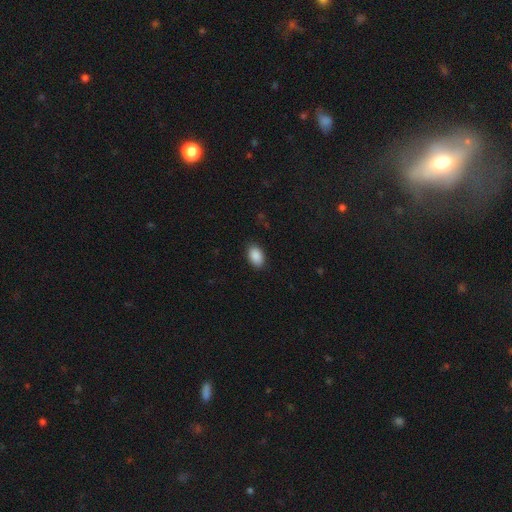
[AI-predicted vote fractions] Overall: smooth (90%). How rounded: in between (92%). Merging: none (88%).